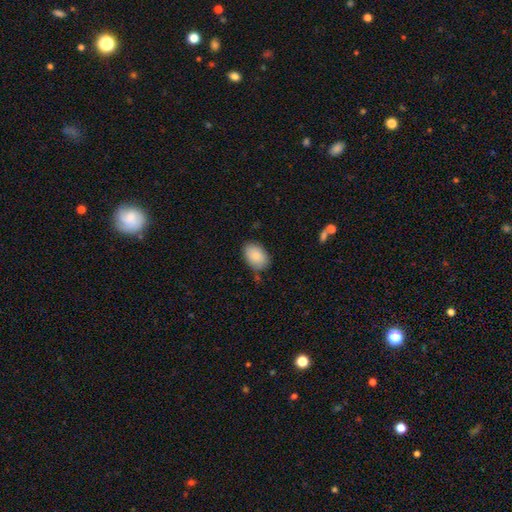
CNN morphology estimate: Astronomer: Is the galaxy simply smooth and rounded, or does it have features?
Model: smooth — 87%.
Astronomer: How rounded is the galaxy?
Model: in between — 89%.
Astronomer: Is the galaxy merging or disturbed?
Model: none — 78%.